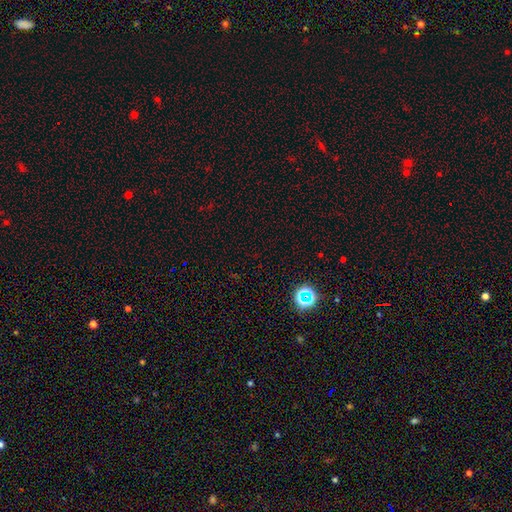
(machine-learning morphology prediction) Smooth or featured? star or artifact (68%)